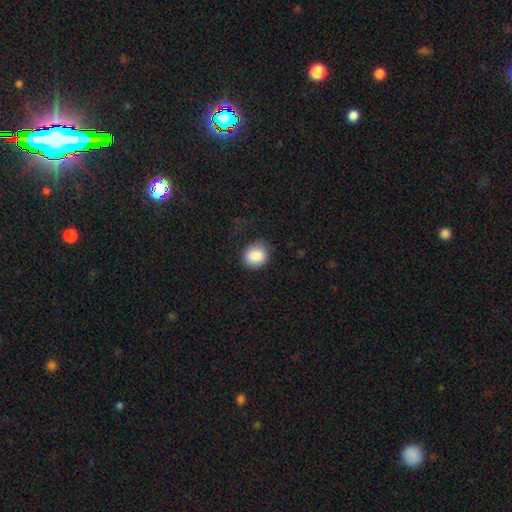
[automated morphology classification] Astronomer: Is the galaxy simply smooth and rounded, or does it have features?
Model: smooth — 87%.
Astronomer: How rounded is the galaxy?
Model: round — 74%.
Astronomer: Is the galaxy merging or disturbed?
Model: none — 74%.